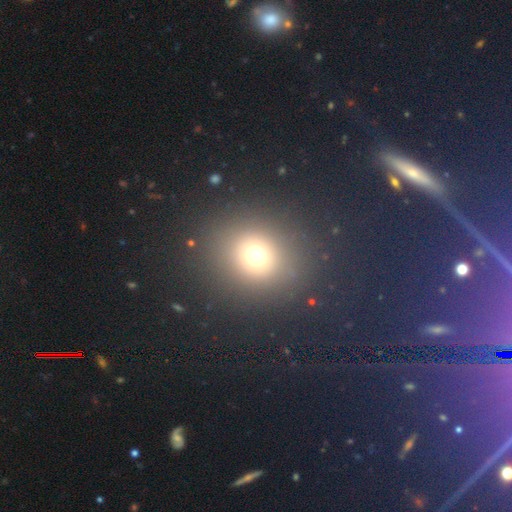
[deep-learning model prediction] A smooth galaxy with no disk features (69%) that is round (84%). Merging: none (84%).